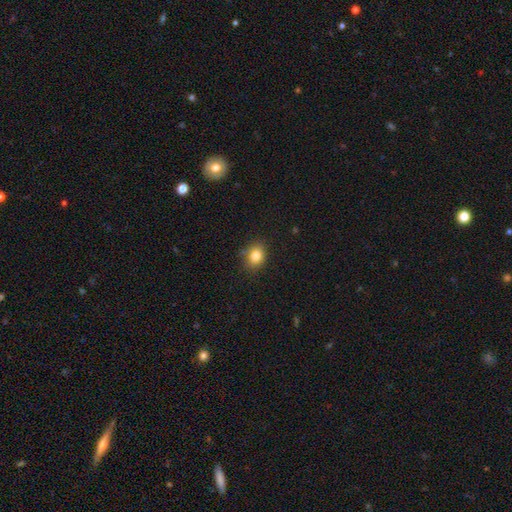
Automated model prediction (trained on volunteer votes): Smooth or featured?
  - smooth: 83% *
  - star or artifact: 11%
  - featured or disk: 7%
How rounded?
  - in between: 52% *
  - round: 47%
  - cigar-shaped: 1%
Merging?
  - none: 77% *
  - minor disturbance: 17%
  - major disturbance: 4%
  - merger: 2%